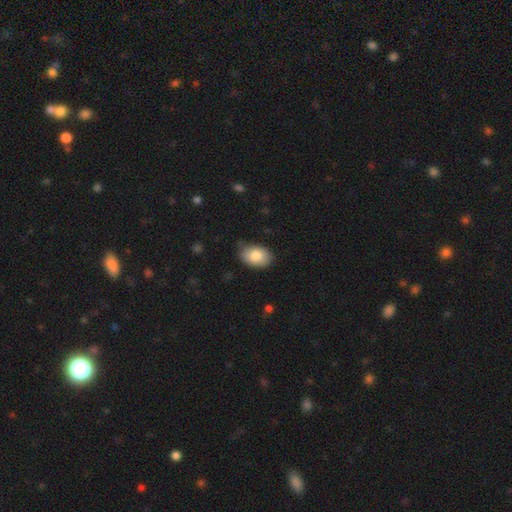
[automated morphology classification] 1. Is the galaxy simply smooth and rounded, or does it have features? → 83% smooth, 10% featured or disk, 7% star or artifact.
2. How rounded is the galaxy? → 87% in between, 12% round, 1% cigar-shaped.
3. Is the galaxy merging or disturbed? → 77% none, 19% minor disturbance, 3% major disturbance, 1% merger.